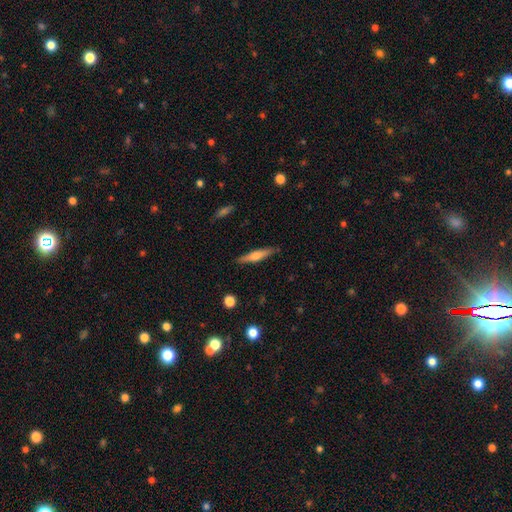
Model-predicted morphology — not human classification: smooth-or-featured: featured or disk: 48% | smooth: 46% | star or artifact: 6%
  merging: none: 88% | minor disturbance: 9% | major disturbance: 2% | merger: 1%